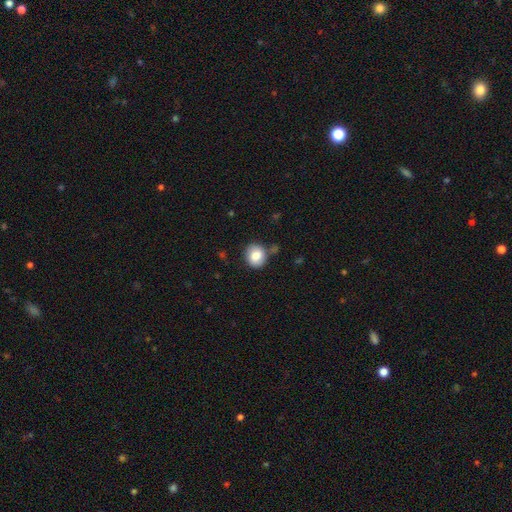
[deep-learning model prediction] A smooth galaxy with no disk features (82%) that is round (76%). Merging: none (76%).